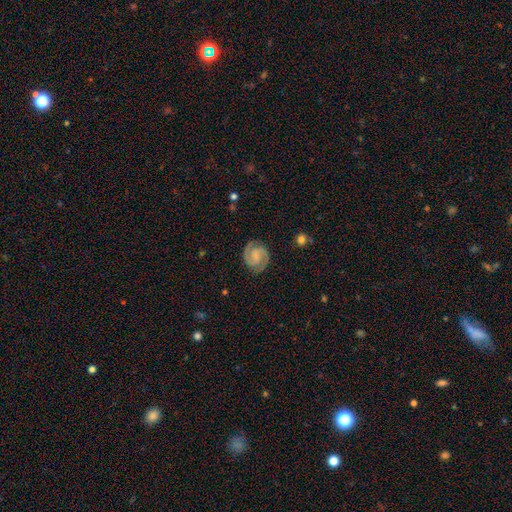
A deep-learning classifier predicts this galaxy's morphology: Smooth or featured? Predicted: featured or disk (p=0.86). Edge-on disk? Predicted: no (p=0.98). Bar? Predicted: weak (p=0.45). Spiral arms? Predicted: yes (p=0.98). Spiral winding? Predicted: tight (p=0.48). Spiral arm count? Predicted: 2 (p=0.93). Bulge size? Predicted: none (p=0.49). Merging? Predicted: none (p=0.85).